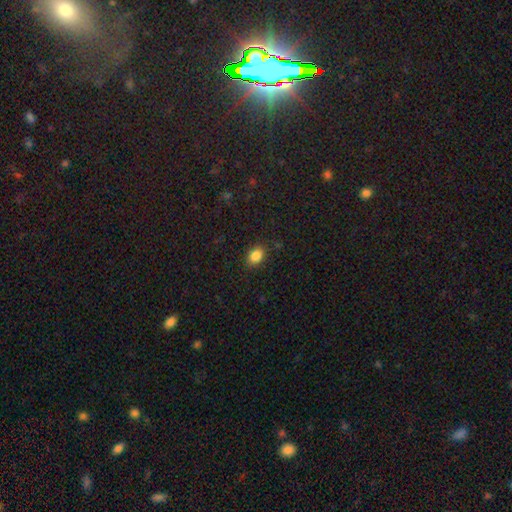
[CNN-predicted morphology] The model was most divided on "how rounded": in between: 71%, round: 28%, cigar-shaped: 1%. More confident: merging — none (86%); smooth or featured — smooth (85%).